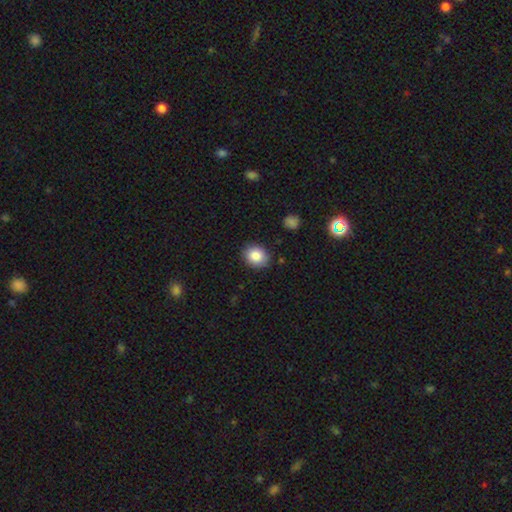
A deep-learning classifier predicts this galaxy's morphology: The model was most divided on "how rounded": round: 57%, in between: 42%, cigar-shaped: 1%. More confident: merging — none (86%); smooth or featured — smooth (86%).